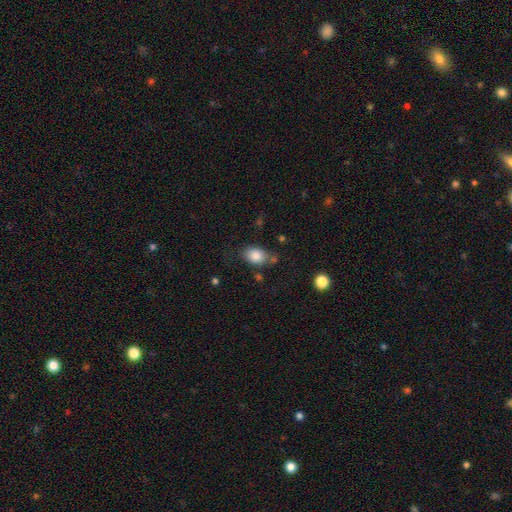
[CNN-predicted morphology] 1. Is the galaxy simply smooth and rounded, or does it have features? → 85% smooth, 8% star or artifact, 7% featured or disk.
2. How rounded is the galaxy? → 74% in between, 25% round, 1% cigar-shaped.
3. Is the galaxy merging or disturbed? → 67% none, 20% minor disturbance, 6% merger, 6% major disturbance.